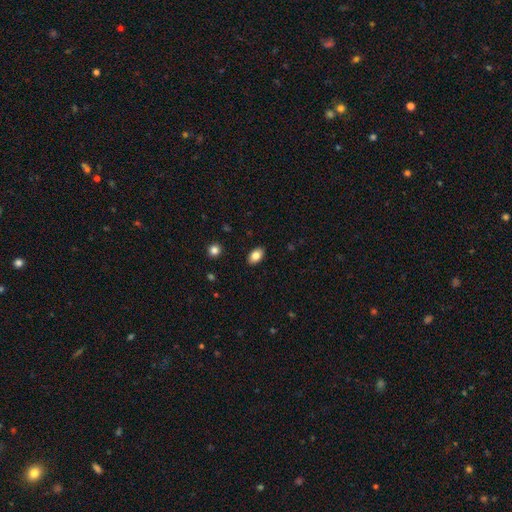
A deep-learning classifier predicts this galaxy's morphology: Smooth or featured? smooth (83%)
How rounded? in between (89%)
Merging? none (88%)